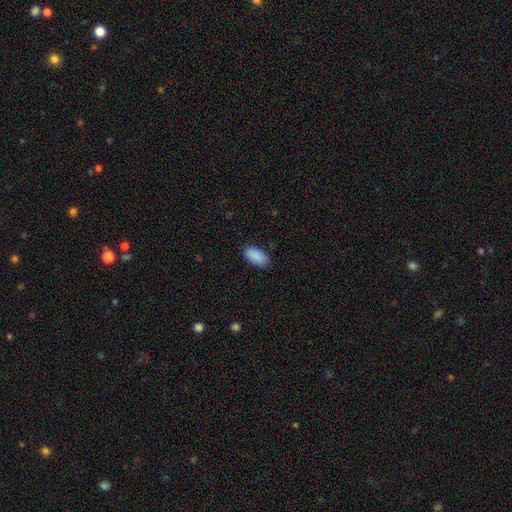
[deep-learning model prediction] Overall: smooth (90%). How rounded: in between (94%). Merging: none (84%).